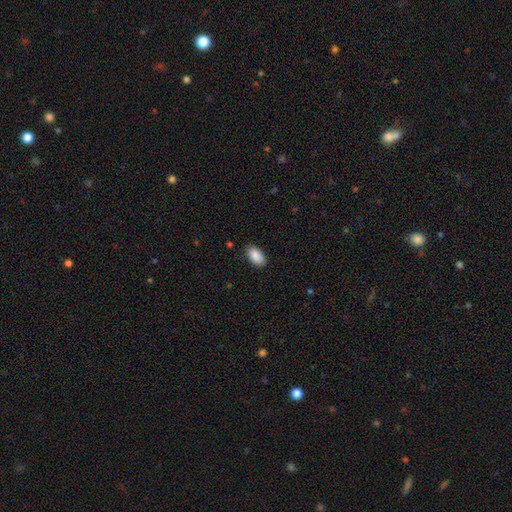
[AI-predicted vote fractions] Smooth or featured? smooth (89%)
How rounded? in between (95%)
Merging? none (86%)